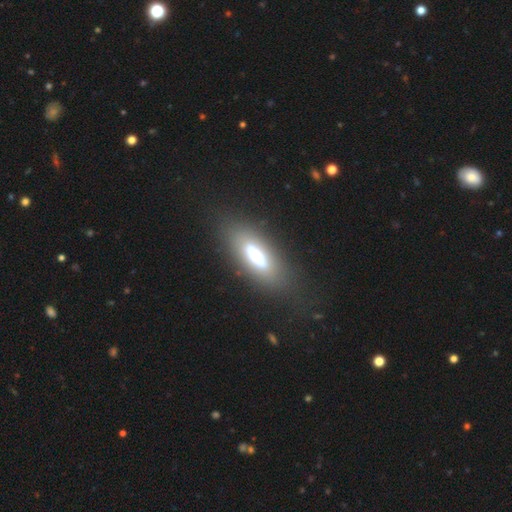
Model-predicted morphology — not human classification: A smooth galaxy with no disk features (55%) that is in between round and cigar-shaped (68%).

Vote fractions:
- Smooth or featured? smooth: 55% / featured or disk: 35% / star or artifact: 10%
- How rounded? in between: 68% / cigar-shaped: 29% / round: 3%
- Merging? none: 75% / minor disturbance: 14% / major disturbance: 7% / merger: 4%